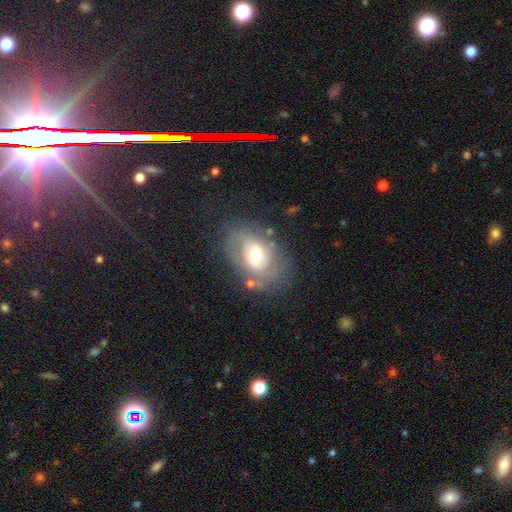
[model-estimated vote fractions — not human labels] The model was most divided on "bar": no: 50%, weak: 39%, strong: 11%. More confident: edge-on disk — no (96%); spiral arms — yes (71%); smooth or featured — featured or disk (68%); bulge size — moderate (66%); merging — none (63%).